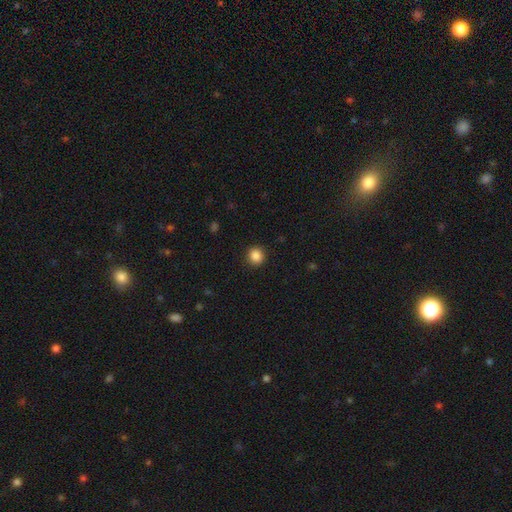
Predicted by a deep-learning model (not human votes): Smooth or featured? Predicted: smooth (p=0.87). How rounded? Predicted: round (p=0.91). Merging? Predicted: none (p=0.92).